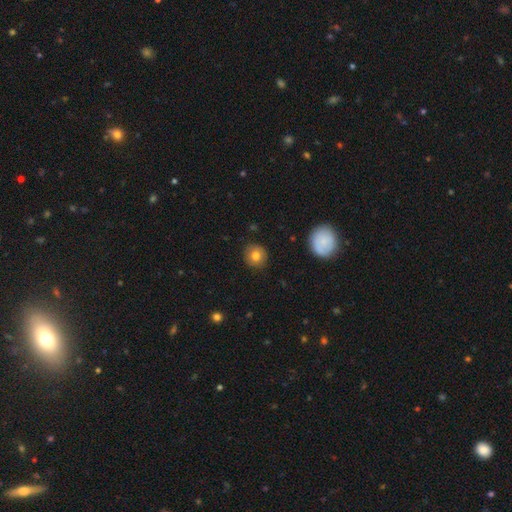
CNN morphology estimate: A smooth galaxy with no disk features (78%) that is round (92%).

Vote fractions:
- Smooth or featured? smooth: 78% / featured or disk: 12% / star or artifact: 10%
- How rounded? round: 92% / in between: 7% / cigar-shaped: 1%
- Merging? none: 88% / minor disturbance: 8% / major disturbance: 2% / merger: 1%